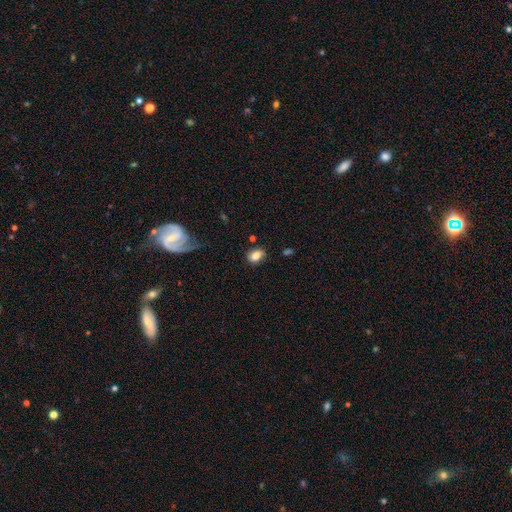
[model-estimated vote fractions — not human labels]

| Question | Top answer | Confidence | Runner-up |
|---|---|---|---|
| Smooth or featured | smooth | 80% | featured or disk (11%) |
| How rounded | in between | 76% | round (22%) |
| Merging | none | 73% | minor disturbance (19%) |